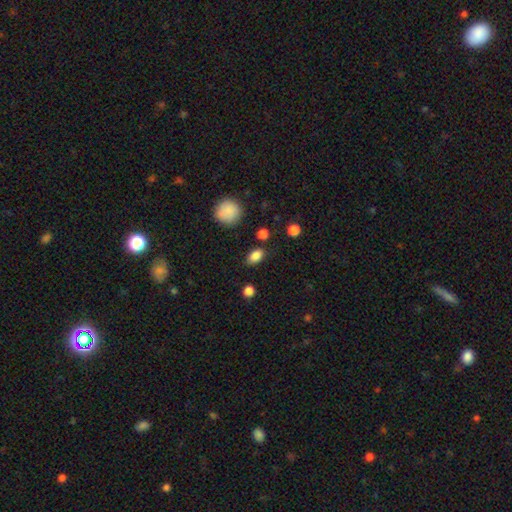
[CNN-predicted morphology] smooth_or_featured: smooth (p=0.85) [alt: star or artifact p=0.10]
how_rounded: in between (p=0.85) [alt: round p=0.12]
merging: none (p=0.82) [alt: minor disturbance p=0.12]